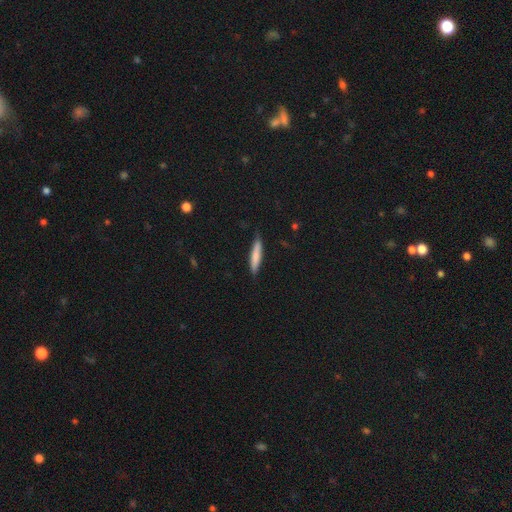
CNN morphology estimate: Overall: smooth (77%). How rounded: cigar-shaped (89%). Merging: none (82%).